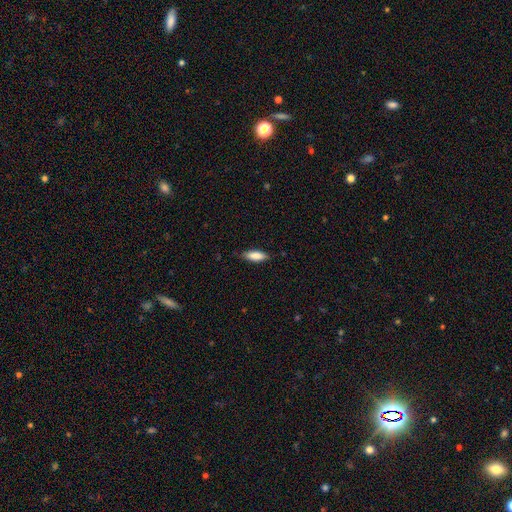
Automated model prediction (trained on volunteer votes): This is clearly a smooth galaxy (83%). How rounded: likely in between (63%). Merging: clearly none (81%).